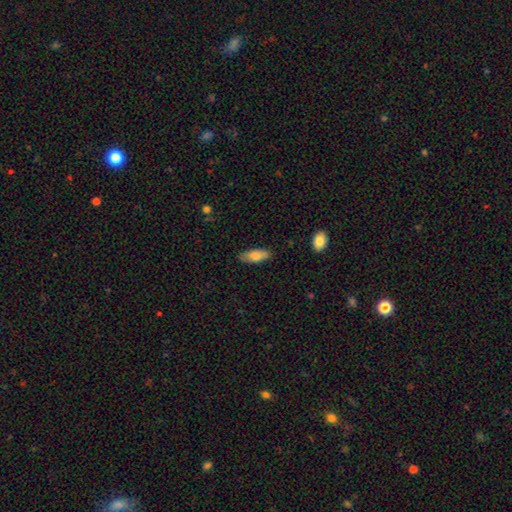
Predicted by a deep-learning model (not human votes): Q: Smooth or featured?
A: smooth (79%); runner-up: featured or disk (15%)
Q: How rounded?
A: in between (75%); runner-up: cigar-shaped (23%)
Q: Merging?
A: none (84%); runner-up: minor disturbance (13%)